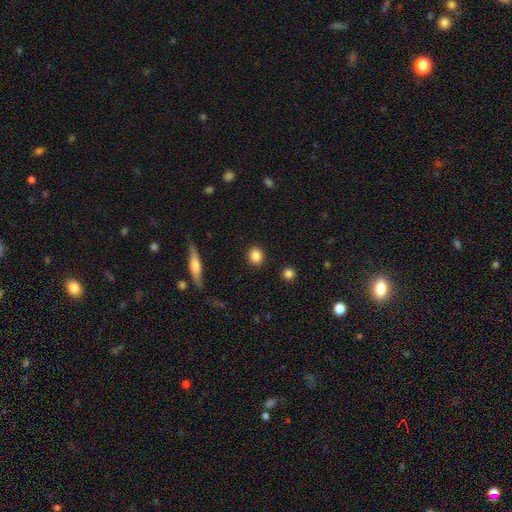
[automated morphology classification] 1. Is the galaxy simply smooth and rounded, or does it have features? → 86% smooth, 8% star or artifact, 6% featured or disk.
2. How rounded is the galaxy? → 71% round, 27% in between, 2% cigar-shaped.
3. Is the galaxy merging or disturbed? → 91% none, 6% minor disturbance, 2% major disturbance, 1% merger.